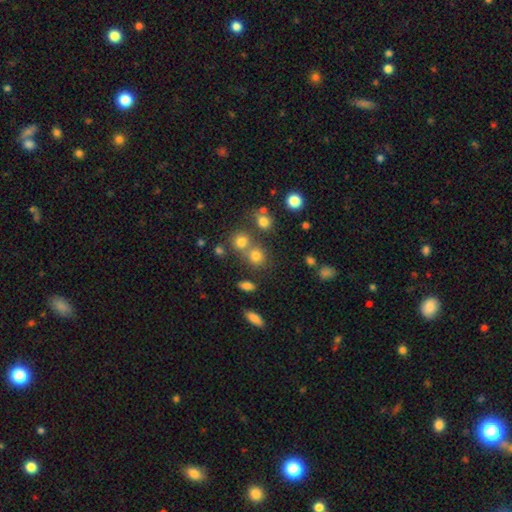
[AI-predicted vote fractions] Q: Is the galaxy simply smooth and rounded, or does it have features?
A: smooth — 74%.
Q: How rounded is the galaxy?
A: round — 77%.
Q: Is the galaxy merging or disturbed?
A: none — 57%.